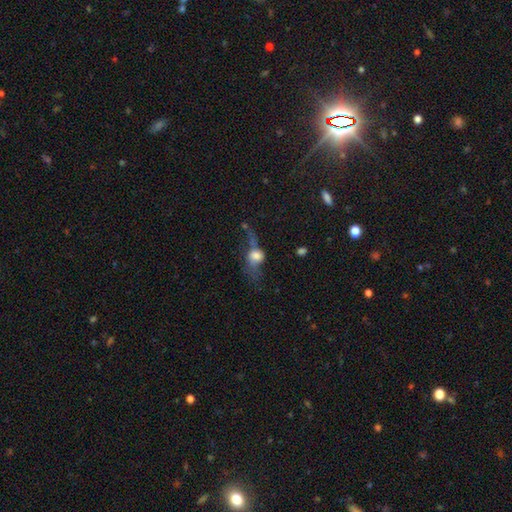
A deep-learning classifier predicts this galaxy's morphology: A smooth galaxy with no disk features (50%). Merging: major disturbance (47%).